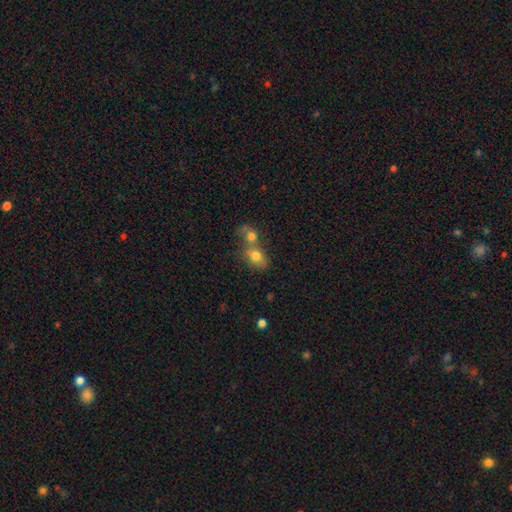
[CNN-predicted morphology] This is likely a smooth galaxy (75%). How rounded: likely in between (61%). Merging: likely merger (63%).